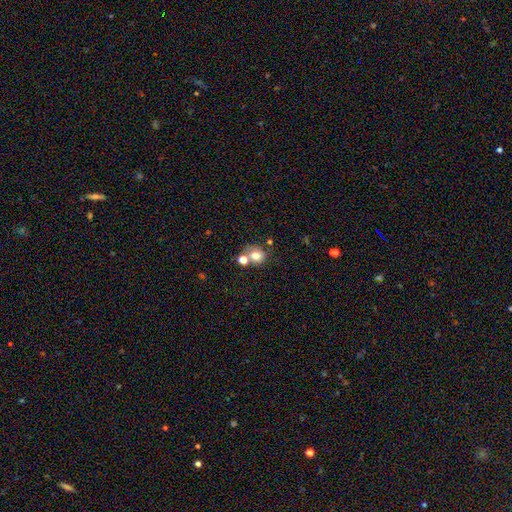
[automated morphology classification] Smooth or featured?
  - smooth: 76% *
  - star or artifact: 12%
  - featured or disk: 12%
How rounded?
  - round: 70% *
  - in between: 29%
  - cigar-shaped: 1%
Merging?
  - none: 48% *
  - merger: 34%
  - minor disturbance: 12%
  - major disturbance: 6%